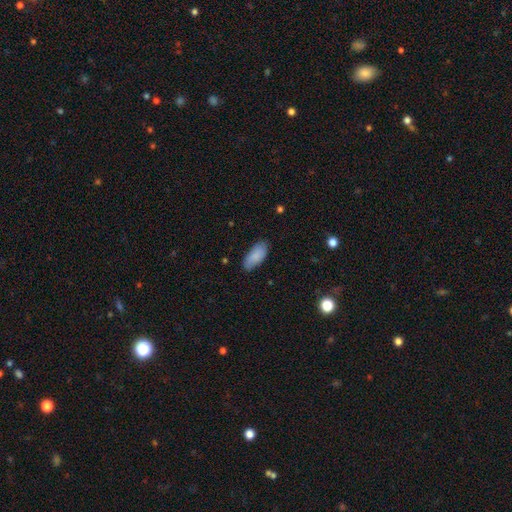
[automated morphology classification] Smooth or featured: smooth — 86% (featured or disk — 8%)
How rounded: in between — 89% (cigar-shaped — 9%)
Merging: none — 79% (minor disturbance — 17%)